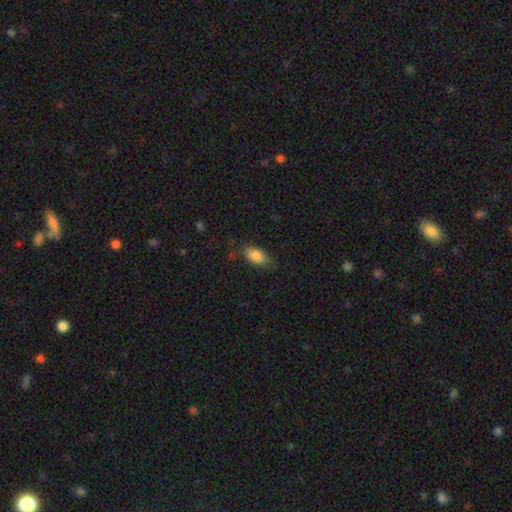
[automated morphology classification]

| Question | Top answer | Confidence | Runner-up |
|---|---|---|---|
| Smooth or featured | smooth | 84% | featured or disk (9%) |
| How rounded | in between | 90% | cigar-shaped (7%) |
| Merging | none | 72% | minor disturbance (21%) |